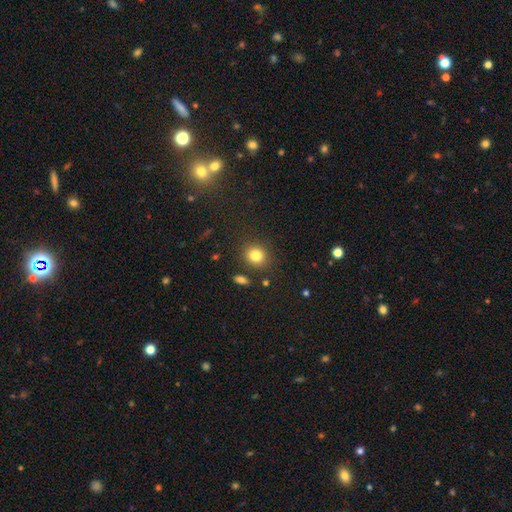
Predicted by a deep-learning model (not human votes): A smooth galaxy with no disk features (82%) that is round (79%). Merging: none (84%).